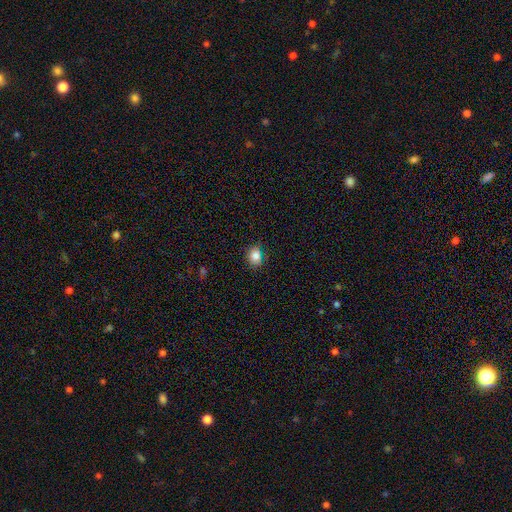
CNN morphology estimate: smooth_or_featured: smooth (p=0.84) [alt: star or artifact p=0.11]
how_rounded: round (p=0.59) [alt: in between p=0.40]
merging: none (p=0.82) [alt: minor disturbance p=0.14]